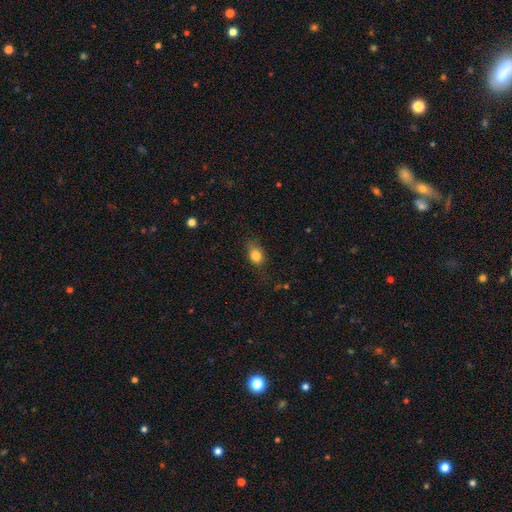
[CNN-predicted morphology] A smooth galaxy with no disk features (83%) that is in between round and cigar-shaped (59%). Merging: none (70%).